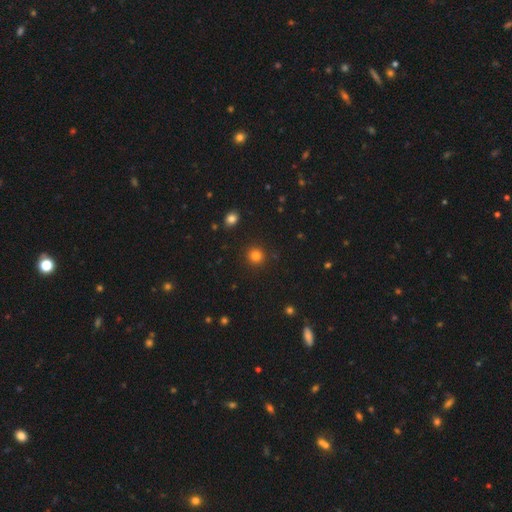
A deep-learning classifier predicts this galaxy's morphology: This appears to be a smooth galaxy with no disk features (82%) that is round (92%). Merging: none (91%).